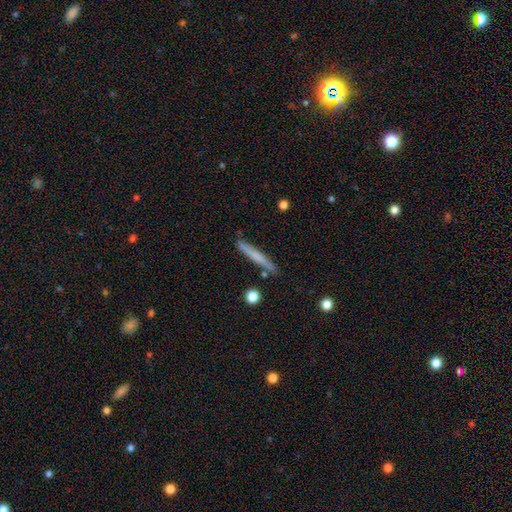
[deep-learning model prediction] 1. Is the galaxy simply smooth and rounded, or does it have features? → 61% smooth, 33% featured or disk, 6% star or artifact.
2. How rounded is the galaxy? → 96% cigar-shaped, 2% in between, 1% round.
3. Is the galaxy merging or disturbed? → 86% none, 10% minor disturbance, 3% merger, 2% major disturbance.